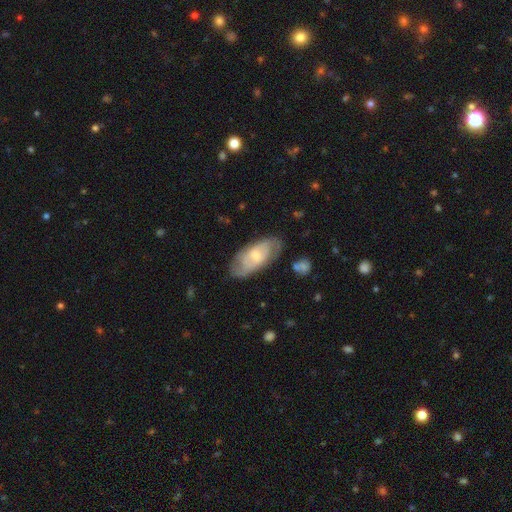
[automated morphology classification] Smooth or featured?
  - featured or disk: 62% *
  - smooth: 32%
  - star or artifact: 6%
Edge-on disk?
  - no: 92% *
  - yes: 8%
Bar?
  - no: 53% *
  - weak: 39%
  - strong: 8%
Spiral arms?
  - yes: 80% *
  - no: 20%
Bulge size?
  - small: 51% *
  - moderate: 41%
  - large: 3%
  - none: 3%
  - dominant: 1%
Merging?
  - none: 71% *
  - minor disturbance: 20%
  - major disturbance: 7%
  - merger: 2%